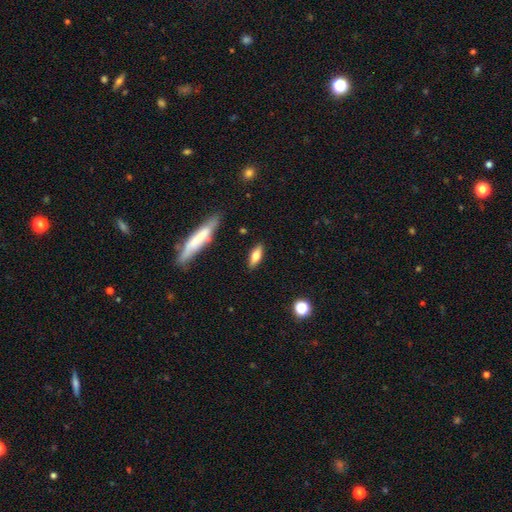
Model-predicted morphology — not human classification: Smooth or featured: smooth — 69% (featured or disk — 24%)
How rounded: in between — 59% (cigar-shaped — 38%)
Merging: none — 86% (minor disturbance — 10%)